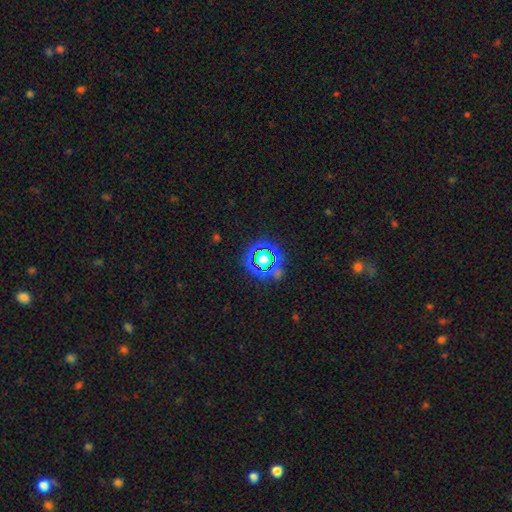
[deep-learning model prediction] smooth_or_featured: star or artifact (p=0.73) [alt: smooth p=0.18]